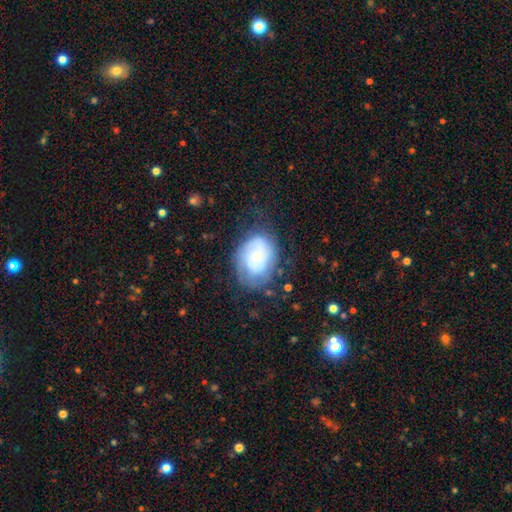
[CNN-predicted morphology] Smooth or featured: featured or disk — 55% (smooth — 36%)
Edge-on disk: no — 97% (yes — 3%)
Bar: no — 72% (weak — 24%)
Spiral arms: yes — 83% (no — 17%)
Bulge size: small — 61% (moderate — 21%)
Merging: none — 60% (minor disturbance — 25%)